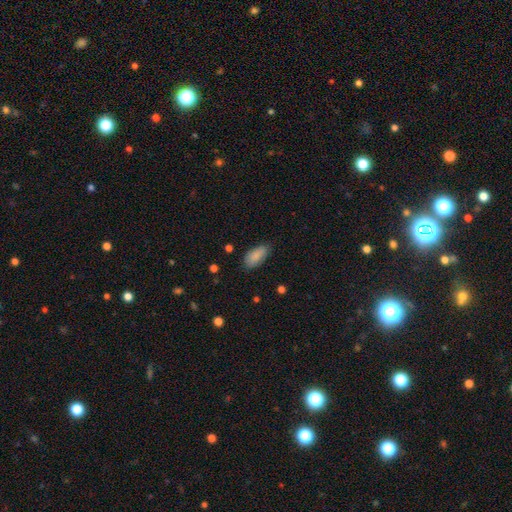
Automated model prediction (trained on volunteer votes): Morphology: type=smooth (88%); roundness=in between (92%); merging=none (78%).